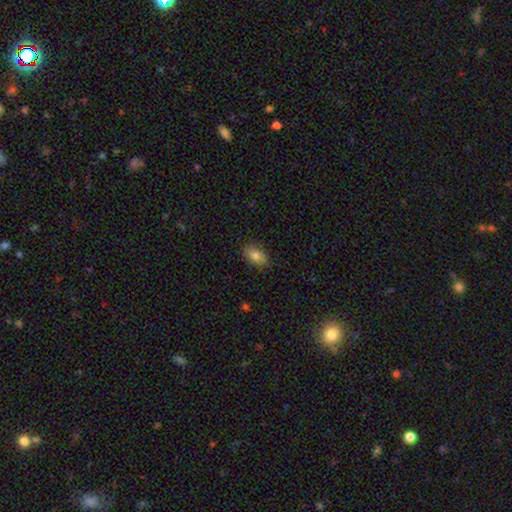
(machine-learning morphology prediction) type=smooth (80%); roundness=in between (90%); merging=none (84%).